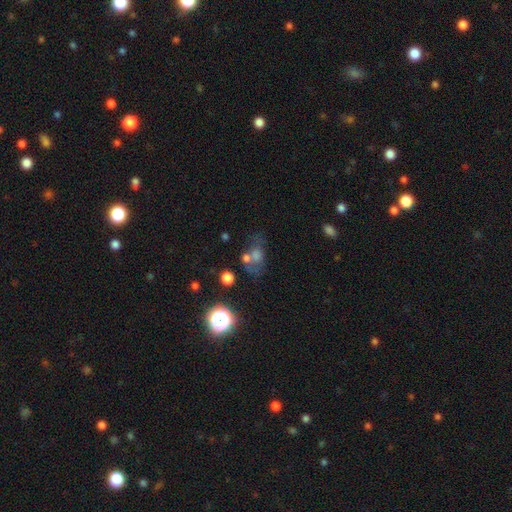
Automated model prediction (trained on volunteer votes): A smooth galaxy with no disk features (40%). Merging: none (41%).